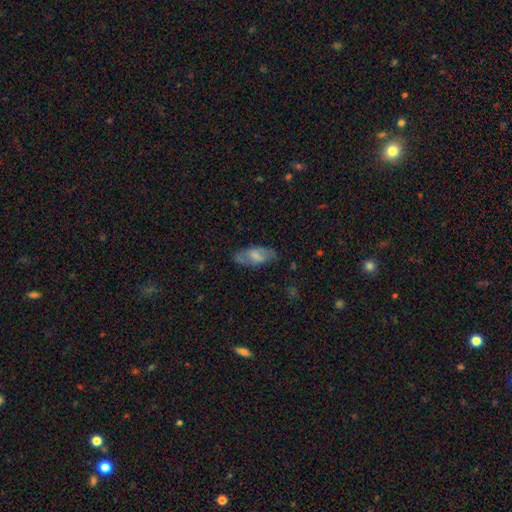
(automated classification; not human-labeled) smooth_or_featured: smooth (p=0.57) [alt: featured or disk p=0.36]
how_rounded: in between (p=0.87) [alt: cigar-shaped p=0.10]
merging: none (p=0.69) [alt: minor disturbance p=0.21]